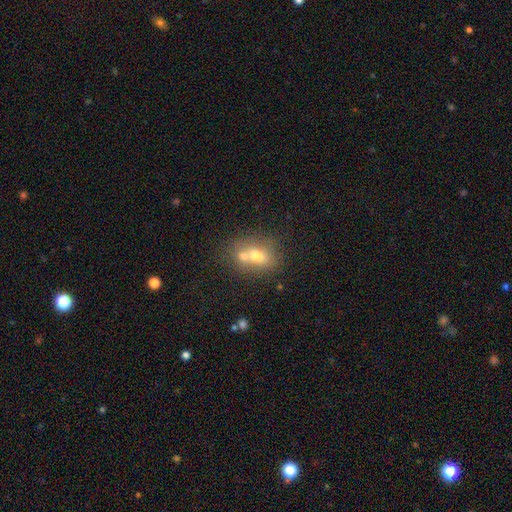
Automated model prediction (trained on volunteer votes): Overall: smooth (64%; featured or disk 24%). How rounded: in between (57%; round 41%). Merging: merger (55%; none 32%).